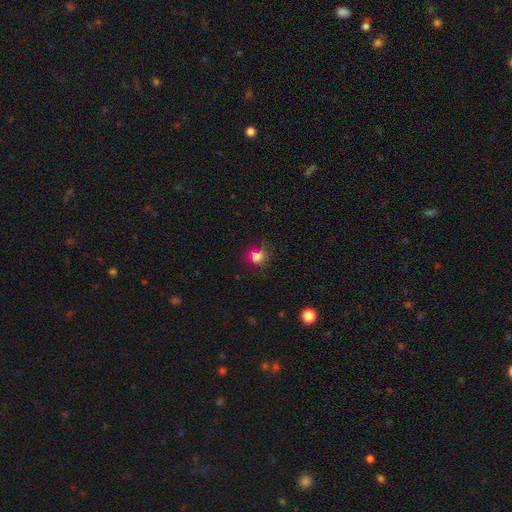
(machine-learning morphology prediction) smooth-or-featured: smooth: 75% | star or artifact: 18% | featured or disk: 6%
  how-rounded: round: 76% | in between: 22% | cigar-shaped: 1%
  merging: none: 72% | minor disturbance: 15% | merger: 7% | major disturbance: 6%